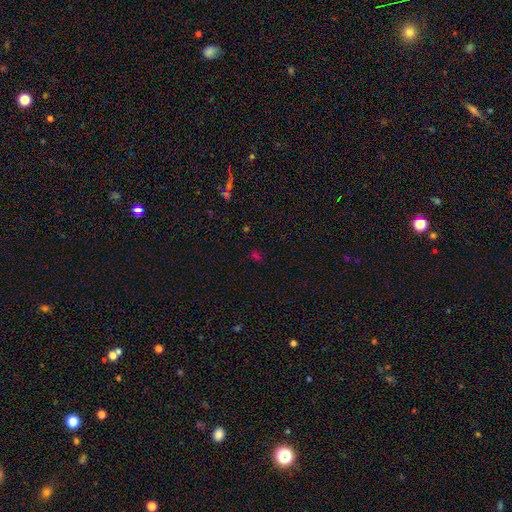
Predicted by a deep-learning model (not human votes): This appears to be a star or artifact, not a galaxy (48%).